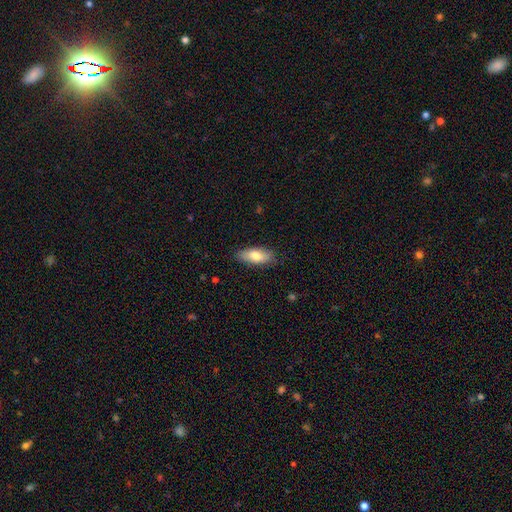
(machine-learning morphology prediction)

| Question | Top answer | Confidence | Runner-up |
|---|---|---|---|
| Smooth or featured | smooth | 76% | featured or disk (18%) |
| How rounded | in between | 79% | cigar-shaped (18%) |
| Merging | none | 85% | minor disturbance (12%) |